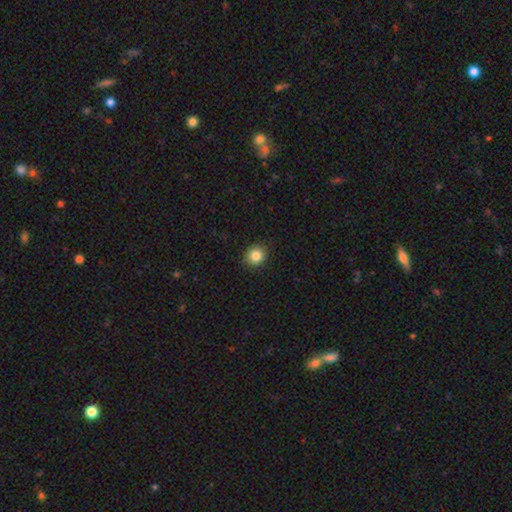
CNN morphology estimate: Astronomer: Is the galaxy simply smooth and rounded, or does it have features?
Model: smooth — 85%.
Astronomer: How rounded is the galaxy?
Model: round — 79%.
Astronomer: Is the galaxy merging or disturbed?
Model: none — 90%.